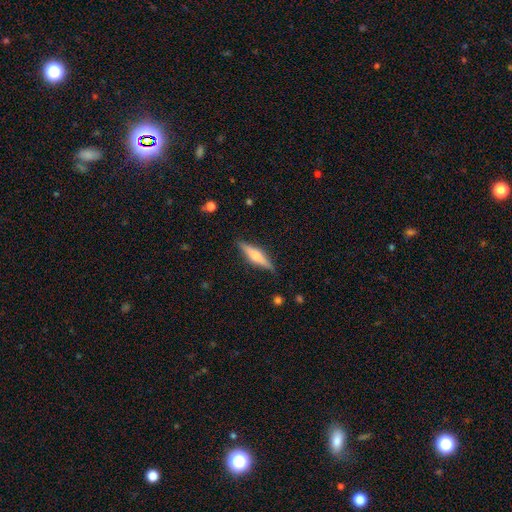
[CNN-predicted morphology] Smooth or featured? Predicted: featured or disk (p=0.52). Edge-on disk? Predicted: yes (p=0.95). Merging? Predicted: none (p=0.87).